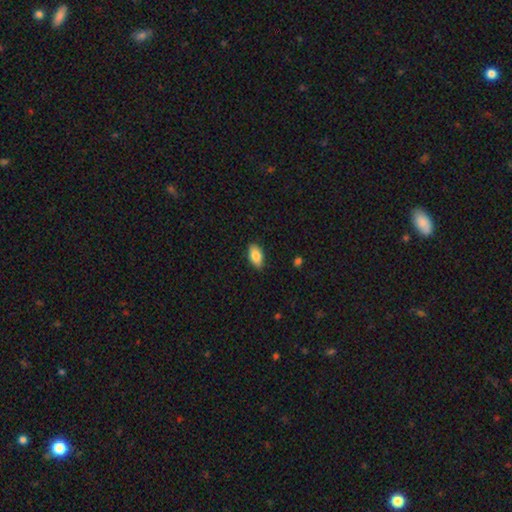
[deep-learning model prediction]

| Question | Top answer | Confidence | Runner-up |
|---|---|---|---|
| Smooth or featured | smooth | 84% | featured or disk (9%) |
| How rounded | in between | 92% | cigar-shaped (4%) |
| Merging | none | 86% | minor disturbance (11%) |